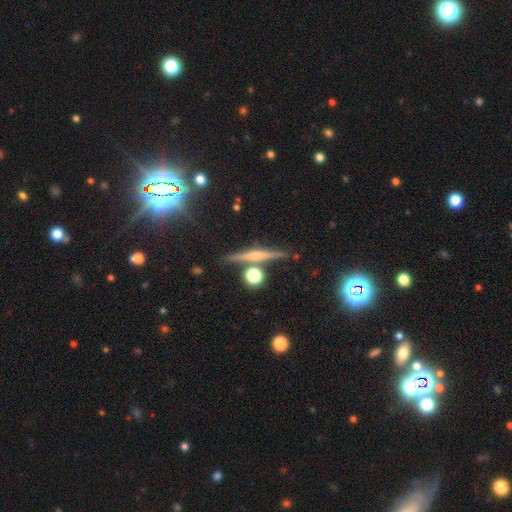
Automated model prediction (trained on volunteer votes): Smooth or featured?
  - featured or disk: 62% *
  - smooth: 26%
  - star or artifact: 12%
Edge-on disk?
  - yes: 96% *
  - no: 4%
Edge-on bulge?
  - rounded: 65% *
  - none: 23%
  - boxy: 13%
Merging?
  - none: 81% *
  - minor disturbance: 9%
  - merger: 7%
  - major disturbance: 3%